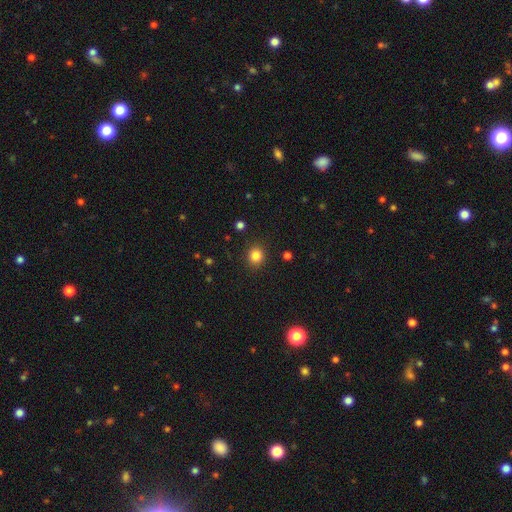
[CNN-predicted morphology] smooth 84%, star or artifact 12%, featured or disk 4%. Down the decision tree: how rounded — round (85%); merging — none (89%).